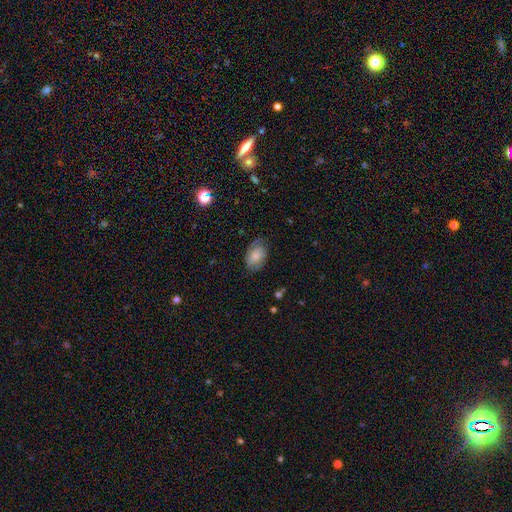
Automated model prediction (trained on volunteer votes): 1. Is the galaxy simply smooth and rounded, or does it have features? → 49% smooth, 43% featured or disk, 8% star or artifact.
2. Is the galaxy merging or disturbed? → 65% none, 24% minor disturbance, 10% major disturbance, 1% merger.